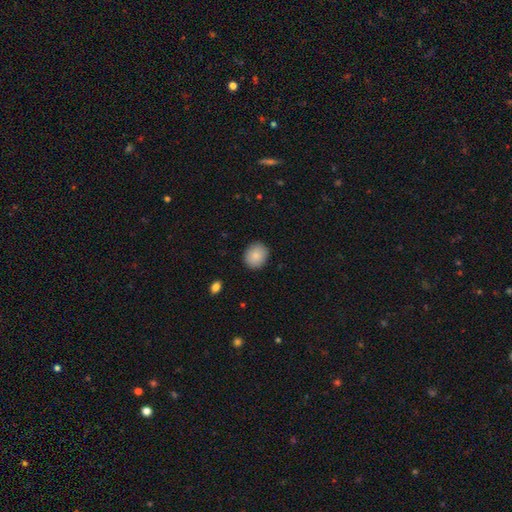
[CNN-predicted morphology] Overall: smooth (86%). How rounded: round (74%). Merging: none (89%).